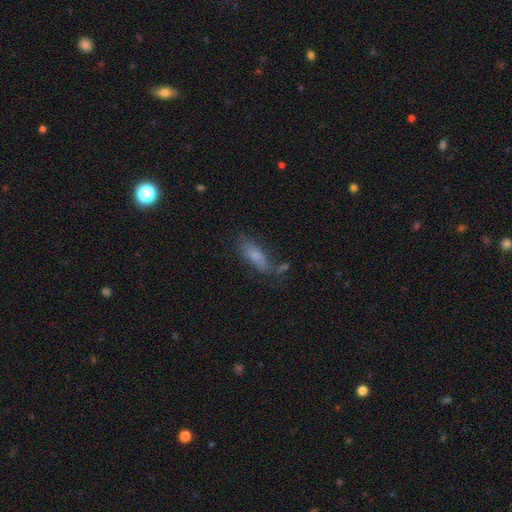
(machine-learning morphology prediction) smooth_or_featured: smooth (p=0.75) [alt: featured or disk p=0.16]
how_rounded: in between (p=0.53) [alt: cigar-shaped p=0.45]
merging: none (p=0.63) [alt: minor disturbance p=0.21]